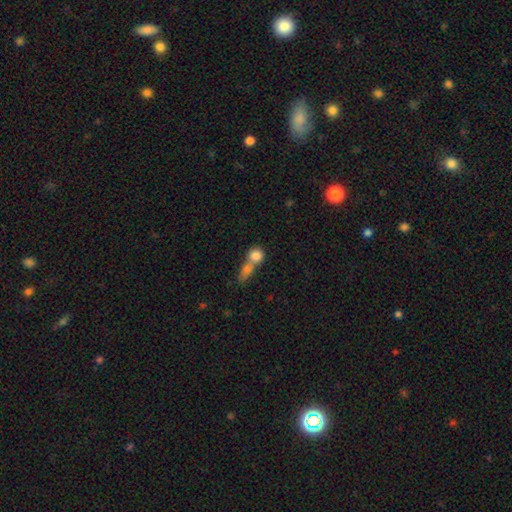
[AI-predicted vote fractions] smooth 80%, featured or disk 11%, star or artifact 9%. Down the decision tree: how rounded — round (73%); merging — merger (64%).